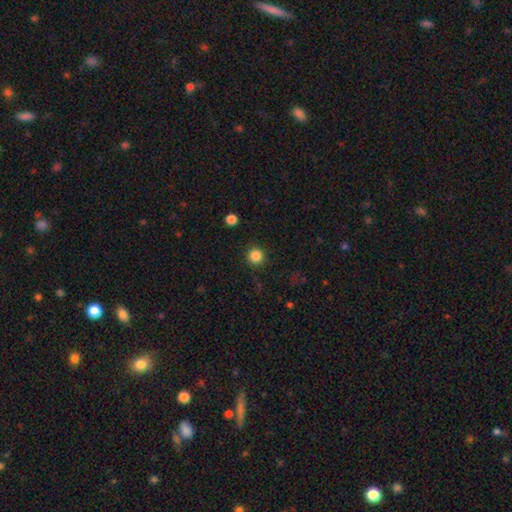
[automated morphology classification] This is clearly a smooth galaxy (84%). How rounded: clearly round (95%). Merging: clearly none (91%).